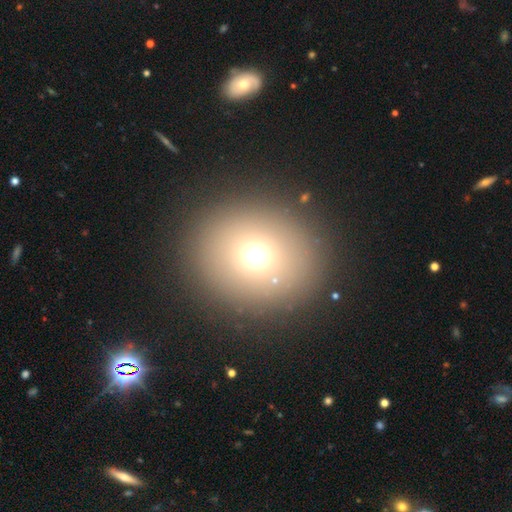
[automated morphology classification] smooth_or_featured: smooth (p=0.68) [alt: star or artifact p=0.20]
how_rounded: round (p=0.83) [alt: in between p=0.16]
merging: none (p=0.88) [alt: minor disturbance p=0.06]